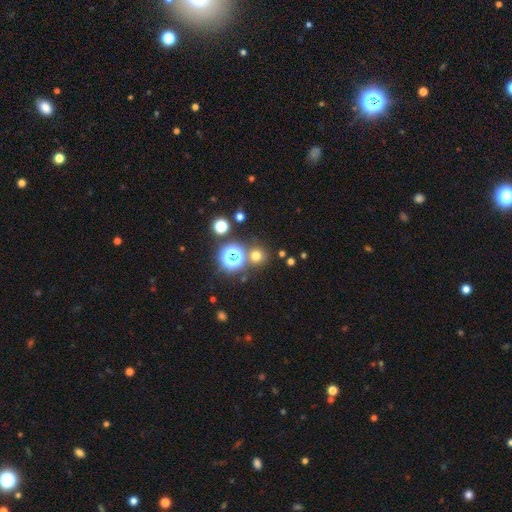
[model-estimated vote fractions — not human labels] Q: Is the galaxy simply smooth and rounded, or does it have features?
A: smooth — 61%.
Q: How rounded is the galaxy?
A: round — 91%.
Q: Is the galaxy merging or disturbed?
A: none — 80%.